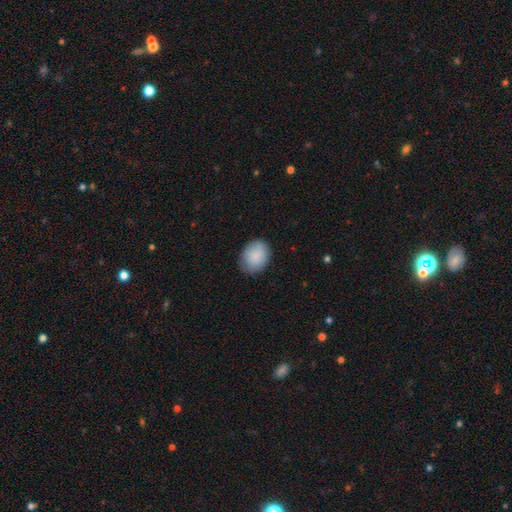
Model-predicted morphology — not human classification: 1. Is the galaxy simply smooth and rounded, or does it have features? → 88% smooth, 6% star or artifact, 6% featured or disk.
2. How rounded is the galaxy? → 66% in between, 33% round, 1% cigar-shaped.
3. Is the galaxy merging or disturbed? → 81% none, 15% minor disturbance, 3% major disturbance, 1% merger.